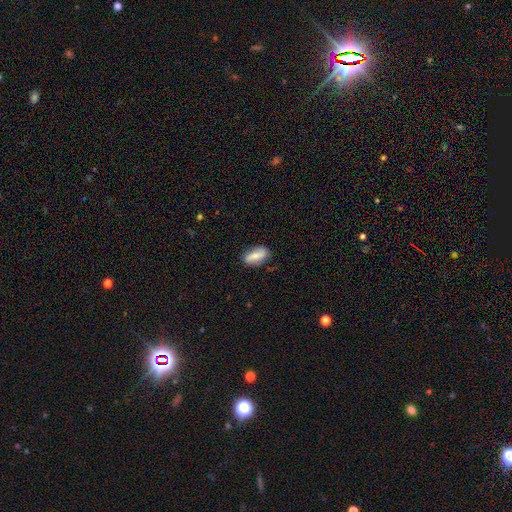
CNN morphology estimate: Smooth or featured? smooth (67%)
How rounded? in between (88%)
Merging? none (79%)